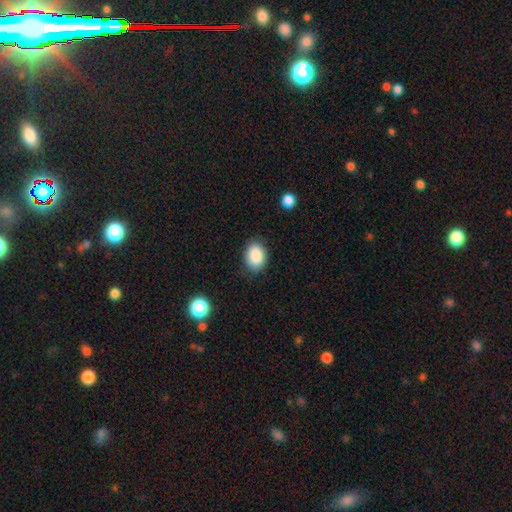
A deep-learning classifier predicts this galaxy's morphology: smooth_or_featured: smooth (p=0.88) [alt: star or artifact p=0.08]
how_rounded: in between (p=0.74) [alt: round p=0.25]
merging: none (p=0.82) [alt: minor disturbance p=0.14]